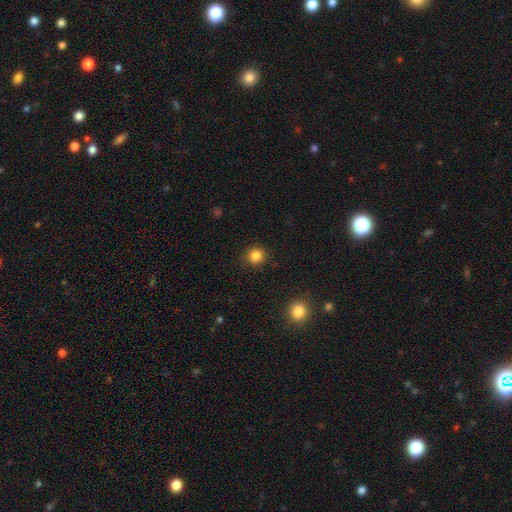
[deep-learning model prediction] smooth-or-featured: smooth: 86% | star or artifact: 11% | featured or disk: 3%
  how-rounded: round: 92% | in between: 7% | cigar-shaped: 1%
  merging: none: 90% | minor disturbance: 6% | major disturbance: 2% | merger: 1%